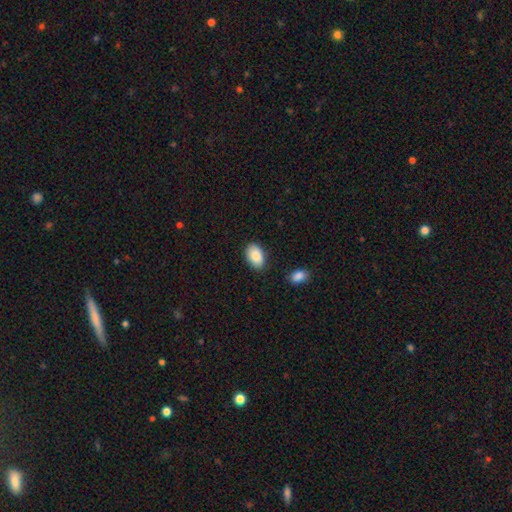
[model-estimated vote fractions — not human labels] This appears to be a smooth galaxy with no disk features (88%) that is in between round and cigar-shaped (92%). Merging: none (84%).